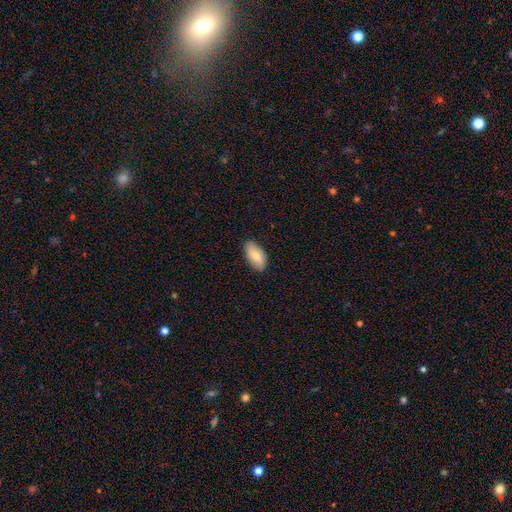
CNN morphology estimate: The model was most divided on "smooth or featured": smooth: 73%, featured or disk: 20%, star or artifact: 6%. More confident: how rounded — in between (93%); merging — none (85%).